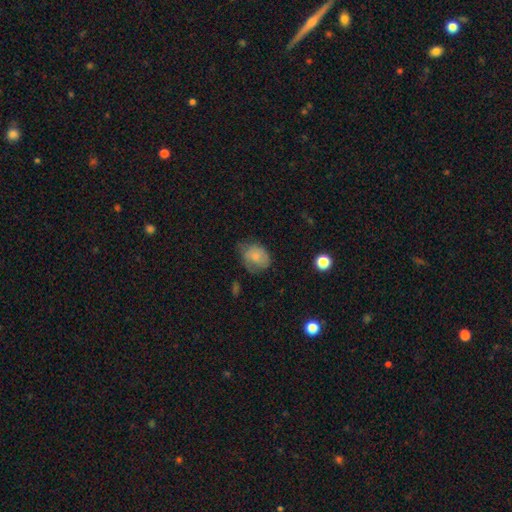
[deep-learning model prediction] This is likely a smooth galaxy (74%). How rounded: possibly in between (50%). Merging: possibly none (45%).